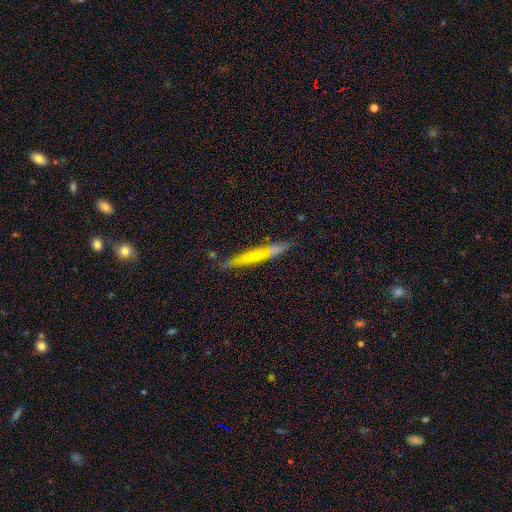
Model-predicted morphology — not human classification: A smooth galaxy with no disk features (48%). Merging: none (75%).